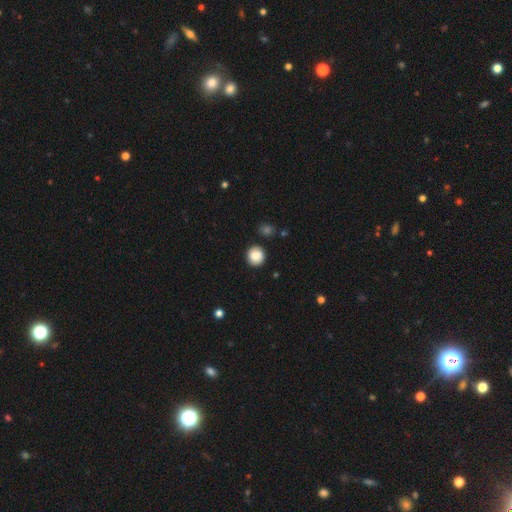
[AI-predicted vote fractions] Smooth or featured?
  - smooth: 86% *
  - star or artifact: 8%
  - featured or disk: 6%
How rounded?
  - round: 90% *
  - in between: 9%
  - cigar-shaped: 1%
Merging?
  - none: 87% *
  - minor disturbance: 8%
  - major disturbance: 2%
  - merger: 2%